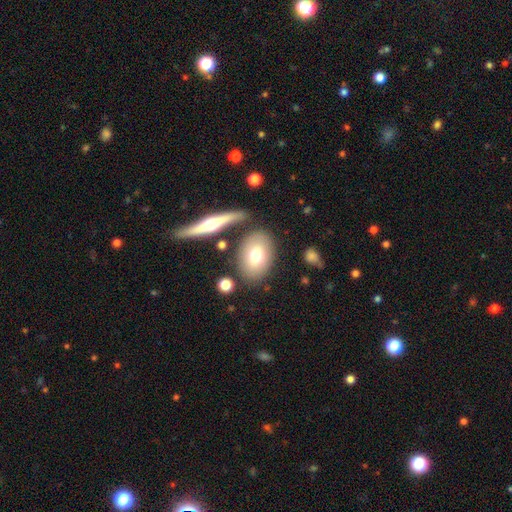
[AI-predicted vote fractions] A smooth galaxy with no disk features (69%) that is in between round and cigar-shaped (80%).

Vote fractions:
- Smooth or featured? smooth: 69% / featured or disk: 23% / star or artifact: 8%
- How rounded? in between: 80% / round: 17% / cigar-shaped: 2%
- Merging? none: 75% / minor disturbance: 13% / merger: 8% / major disturbance: 4%